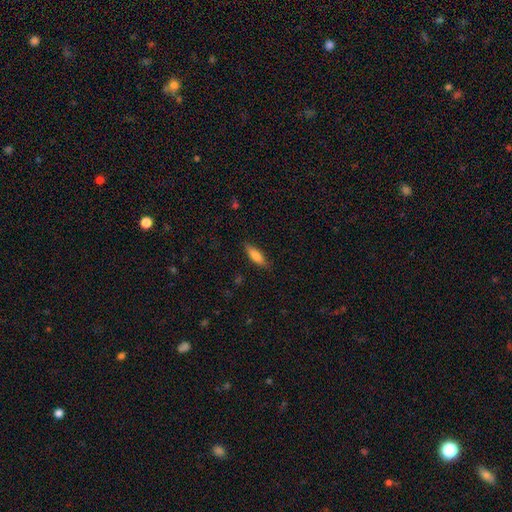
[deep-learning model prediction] smooth 78%, featured or disk 15%, star or artifact 7%. Down the decision tree: how rounded — in between (51%); merging — none (84%).